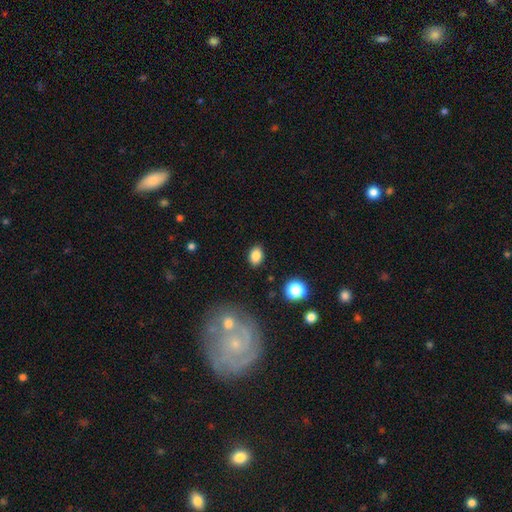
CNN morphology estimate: The model was most divided on "how rounded": in between: 77%, round: 22%, cigar-shaped: 1%. More confident: merging — none (87%); smooth or featured — smooth (85%).